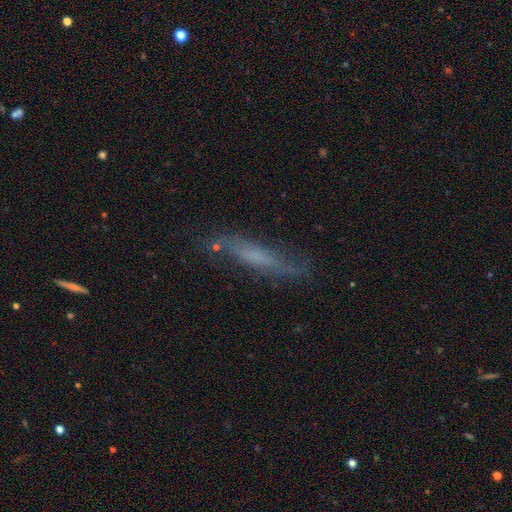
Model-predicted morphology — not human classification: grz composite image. It shows a smooth galaxy with no disk features (45%). Merging: none (69%).